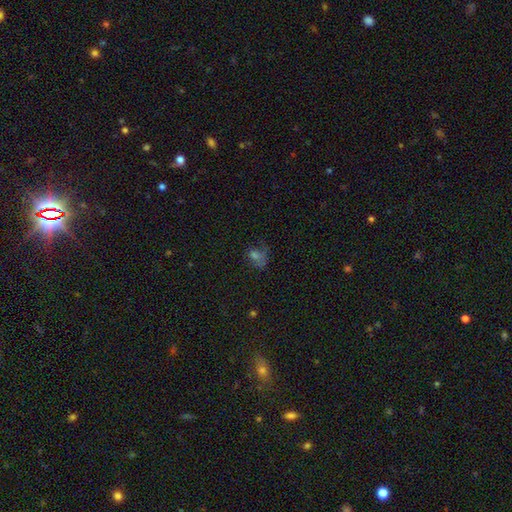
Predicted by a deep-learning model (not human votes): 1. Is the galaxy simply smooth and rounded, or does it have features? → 44% smooth, 31% star or artifact, 25% featured or disk.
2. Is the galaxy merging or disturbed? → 42% none, 31% major disturbance, 23% minor disturbance, 4% merger.